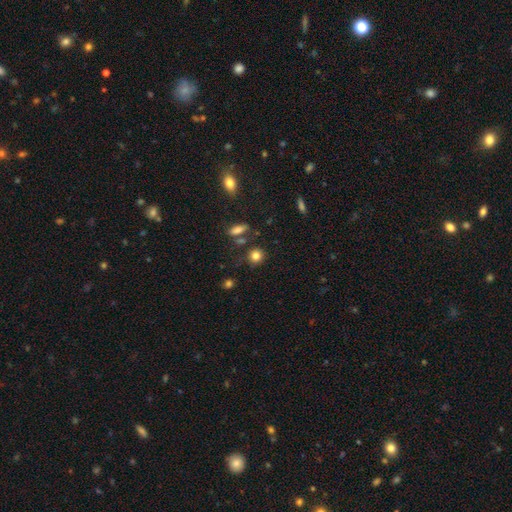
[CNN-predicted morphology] type=smooth (82%); roundness=round (84%); merging=none (77%).